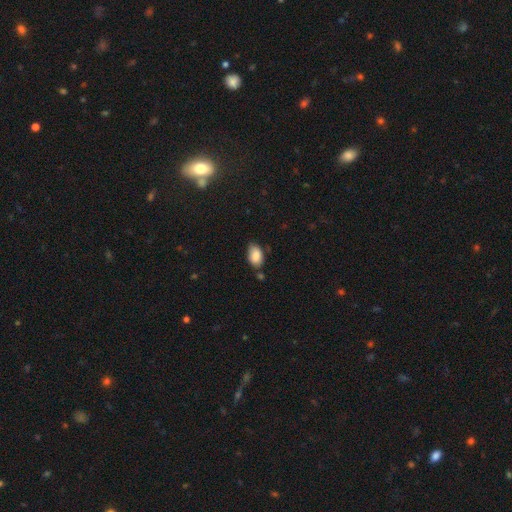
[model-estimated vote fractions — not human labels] smooth 87%, star or artifact 7%, featured or disk 6%. Down the decision tree: how rounded — in between (90%); merging — none (65%).